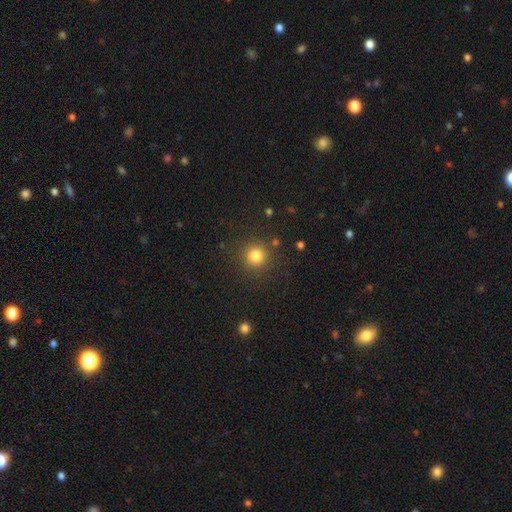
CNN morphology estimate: Smooth or featured?
  - smooth: 81% *
  - star or artifact: 13%
  - featured or disk: 6%
How rounded?
  - round: 94% *
  - in between: 5%
  - cigar-shaped: 1%
Merging?
  - none: 87% *
  - minor disturbance: 7%
  - major disturbance: 3%
  - merger: 3%